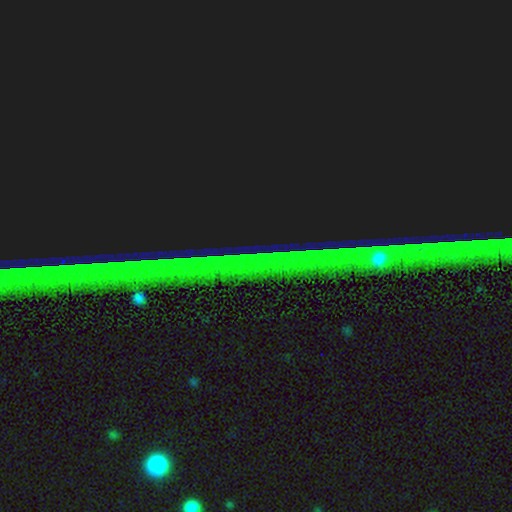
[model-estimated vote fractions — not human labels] smooth_or_featured: star or artifact (p=0.81) [alt: featured or disk p=0.10]